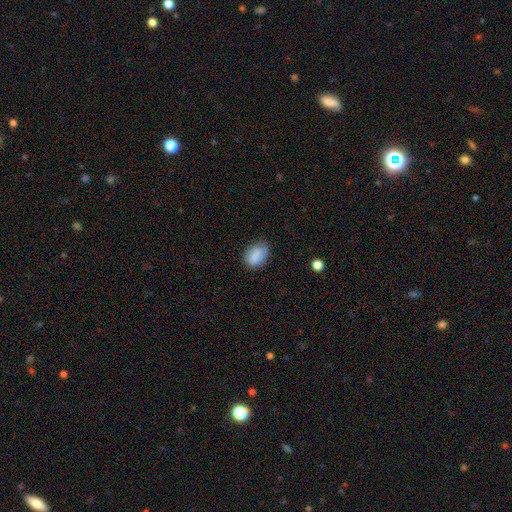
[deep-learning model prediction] Smooth or featured?
  - smooth: 86% *
  - star or artifact: 8%
  - featured or disk: 6%
How rounded?
  - in between: 76% *
  - round: 23%
  - cigar-shaped: 1%
Merging?
  - none: 69% *
  - minor disturbance: 24%
  - major disturbance: 5%
  - merger: 1%